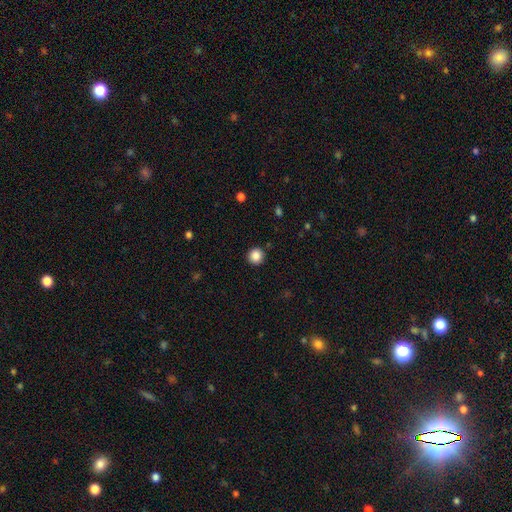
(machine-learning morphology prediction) smooth 87%, star or artifact 10%, featured or disk 3%. Down the decision tree: how rounded — round (94%); merging — none (91%).